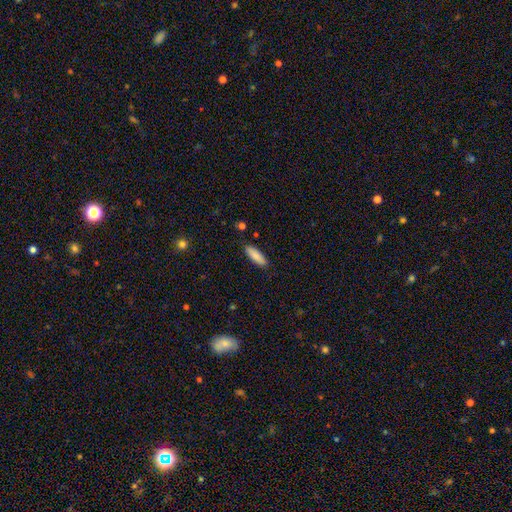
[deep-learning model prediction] A smooth galaxy with no disk features (88%) that is in between round and cigar-shaped (54%). Merging: none (87%).